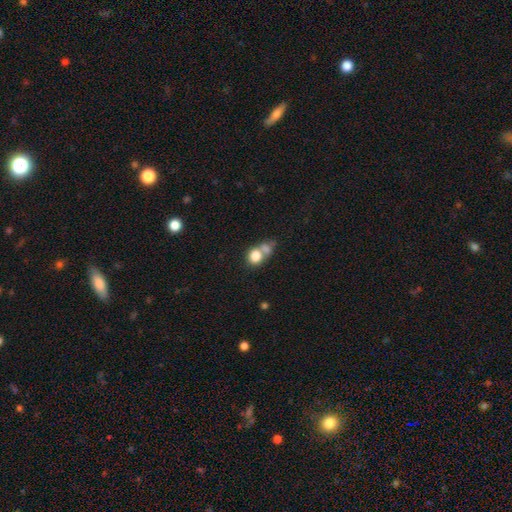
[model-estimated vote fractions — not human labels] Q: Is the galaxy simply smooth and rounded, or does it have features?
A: smooth — 77%.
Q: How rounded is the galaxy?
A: round — 67%.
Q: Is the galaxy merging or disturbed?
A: merger — 55%.